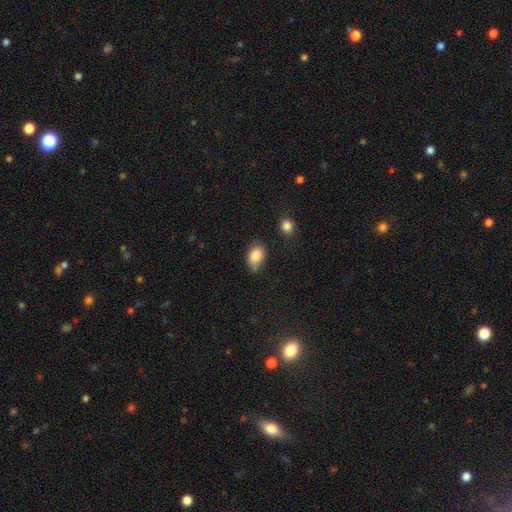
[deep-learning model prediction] This is clearly a smooth galaxy (84%). How rounded: clearly in between (83%). Merging: likely none (68%).